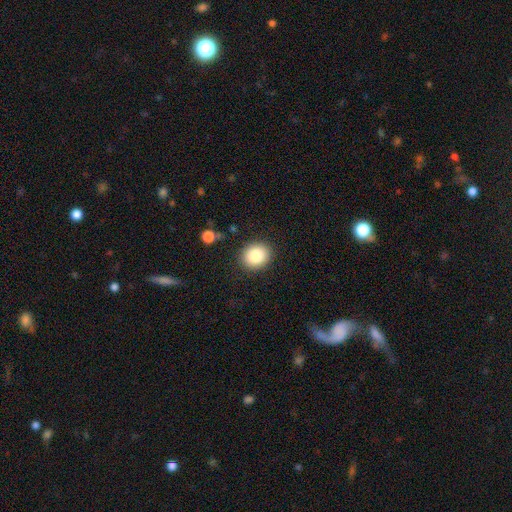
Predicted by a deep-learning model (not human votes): The model was most divided on "how rounded": round: 68%, in between: 31%, cigar-shaped: 1%. More confident: merging — none (88%); smooth or featured — smooth (83%).